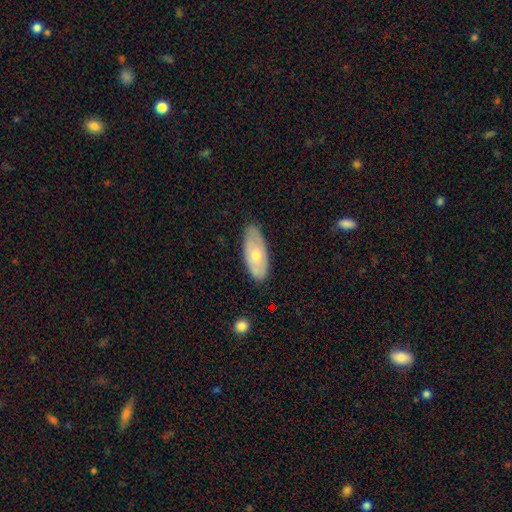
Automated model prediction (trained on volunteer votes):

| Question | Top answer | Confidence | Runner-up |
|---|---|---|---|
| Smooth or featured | smooth | 52% | featured or disk (42%) |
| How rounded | in between | 84% | cigar-shaped (13%) |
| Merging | none | 79% | minor disturbance (17%) |